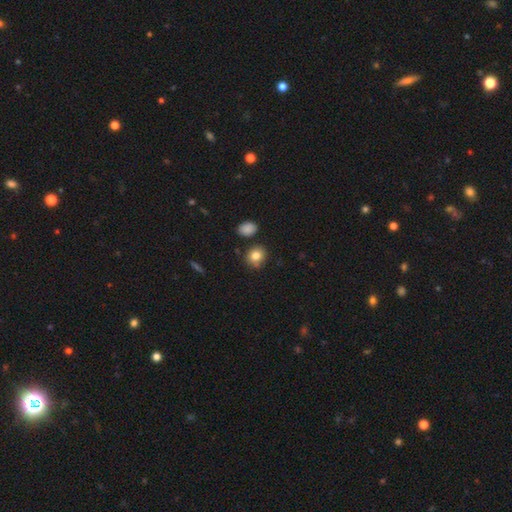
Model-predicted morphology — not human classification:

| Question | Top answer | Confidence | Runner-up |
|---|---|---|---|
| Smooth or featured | smooth | 83% | star or artifact (10%) |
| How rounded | round | 72% | in between (27%) |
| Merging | none | 79% | minor disturbance (12%) |